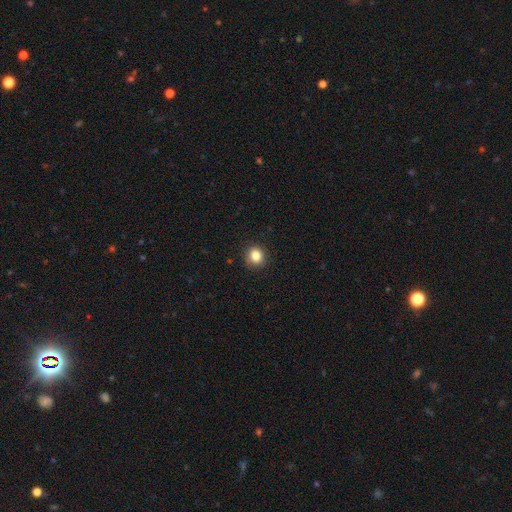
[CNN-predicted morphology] smooth_or_featured: smooth (p=0.83) [alt: star or artifact p=0.11]
how_rounded: round (p=0.82) [alt: in between p=0.17]
merging: none (p=0.88) [alt: minor disturbance p=0.09]